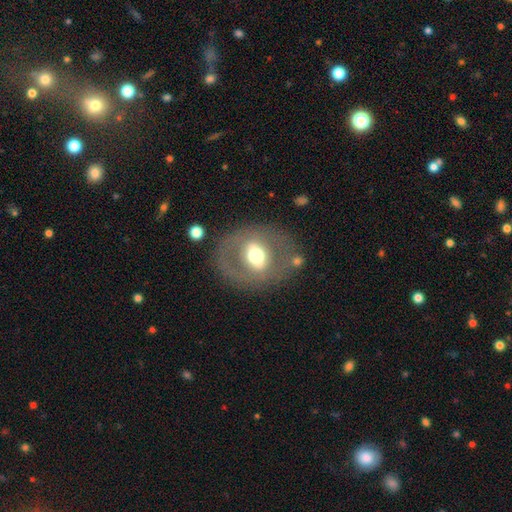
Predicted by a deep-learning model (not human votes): Smooth or featured: featured or disk — 55% (smooth — 38%)
Edge-on disk: no — 88% (yes — 12%)
Merging: none — 72% (minor disturbance — 14%)